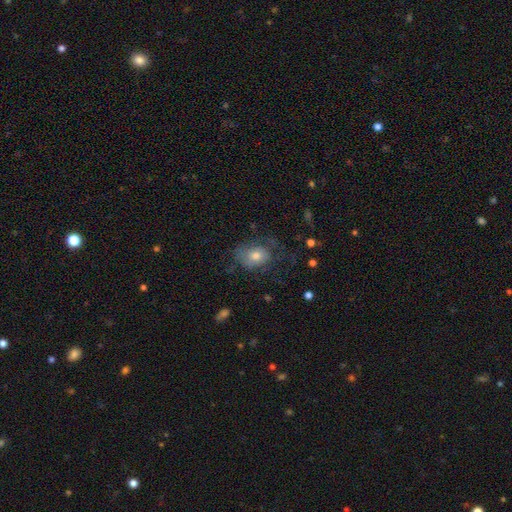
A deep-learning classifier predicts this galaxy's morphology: This is possibly a smooth galaxy (55%). How rounded: likely in between (64%). Merging: possibly none (49%).